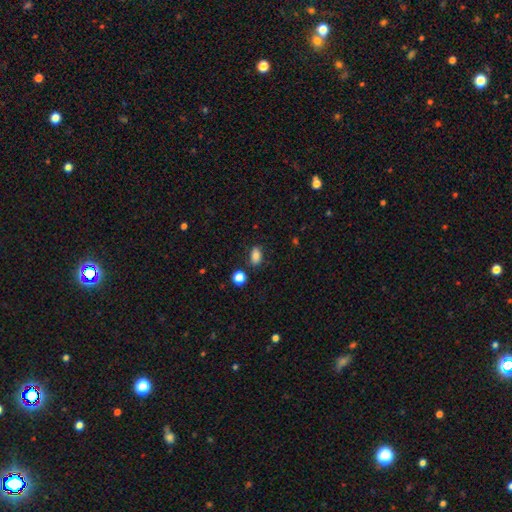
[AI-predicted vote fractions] Smooth or featured?
  - smooth: 82% *
  - star or artifact: 11%
  - featured or disk: 7%
How rounded?
  - in between: 86% *
  - round: 12%
  - cigar-shaped: 3%
Merging?
  - none: 80% *
  - minor disturbance: 13%
  - merger: 4%
  - major disturbance: 3%